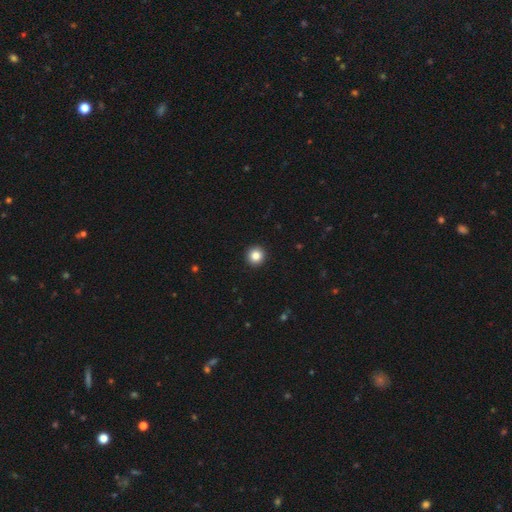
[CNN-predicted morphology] smooth-or-featured: smooth: 85% | star or artifact: 10% | featured or disk: 5%
  how-rounded: round: 96% | in between: 3% | cigar-shaped: 1%
  merging: none: 94% | minor disturbance: 4% | major disturbance: 1% | merger: 1%